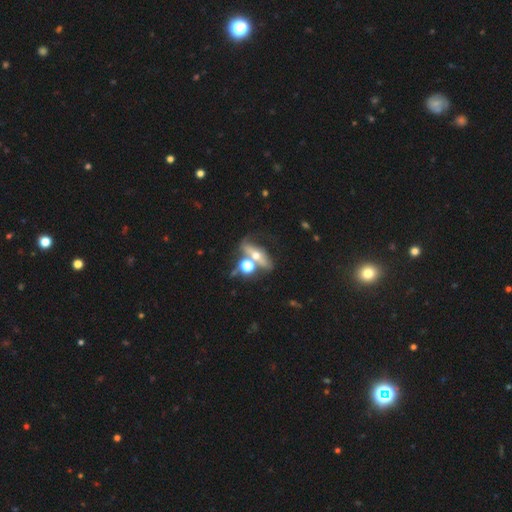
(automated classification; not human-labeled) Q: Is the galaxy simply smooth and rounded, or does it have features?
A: featured or disk — 51%.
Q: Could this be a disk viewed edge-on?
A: no — 67%.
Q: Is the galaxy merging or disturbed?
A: none — 41%.